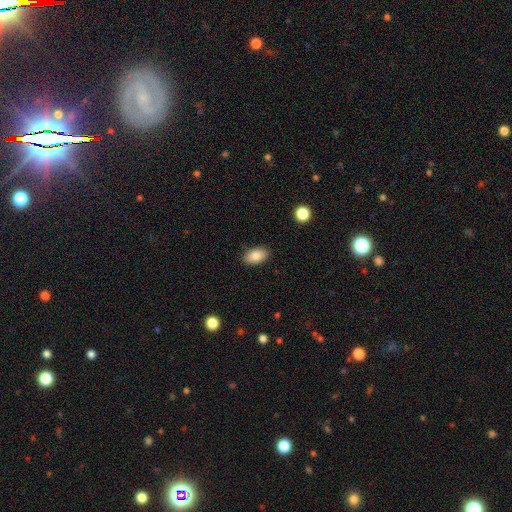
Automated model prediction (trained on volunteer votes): Smooth or featured: smooth — 85% (star or artifact — 8%)
How rounded: in between — 92% (round — 6%)
Merging: none — 88% (minor disturbance — 9%)